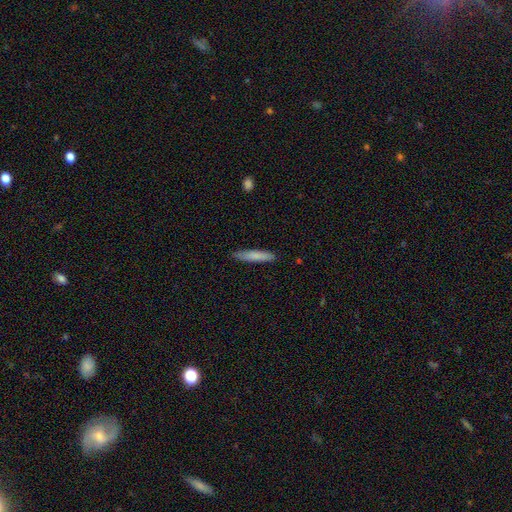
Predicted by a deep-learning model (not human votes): smooth_or_featured: smooth (p=0.80) [alt: featured or disk p=0.14]
how_rounded: cigar-shaped (p=0.90) [alt: in between p=0.09]
merging: none (p=0.88) [alt: minor disturbance p=0.09]